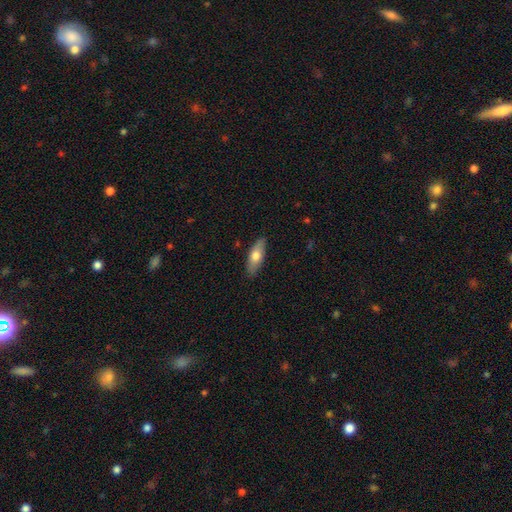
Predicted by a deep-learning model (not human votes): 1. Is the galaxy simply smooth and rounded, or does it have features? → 68% smooth, 27% featured or disk, 6% star or artifact.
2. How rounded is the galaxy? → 69% in between, 28% cigar-shaped, 2% round.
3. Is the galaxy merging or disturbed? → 86% none, 11% minor disturbance, 2% major disturbance, 1% merger.